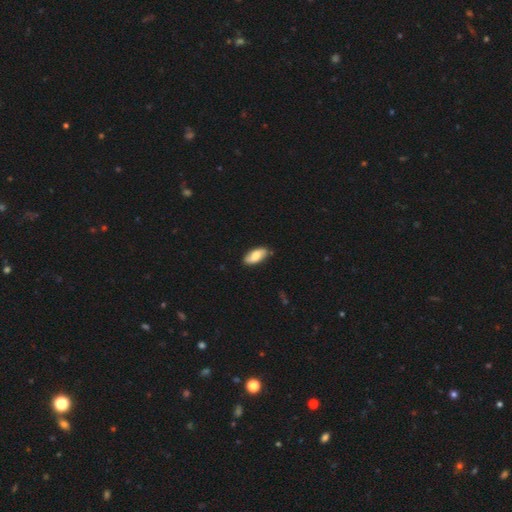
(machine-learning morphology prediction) Smooth or featured?
  - smooth: 69% *
  - featured or disk: 25%
  - star or artifact: 6%
How rounded?
  - in between: 88% *
  - cigar-shaped: 9%
  - round: 3%
Merging?
  - none: 82% *
  - minor disturbance: 15%
  - major disturbance: 2%
  - merger: 1%